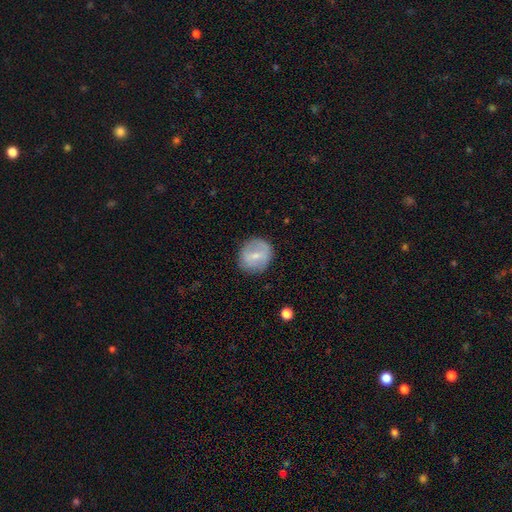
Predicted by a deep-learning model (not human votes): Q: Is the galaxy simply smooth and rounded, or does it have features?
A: smooth — 52%.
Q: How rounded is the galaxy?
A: round — 79%.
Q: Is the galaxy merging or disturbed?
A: none — 81%.